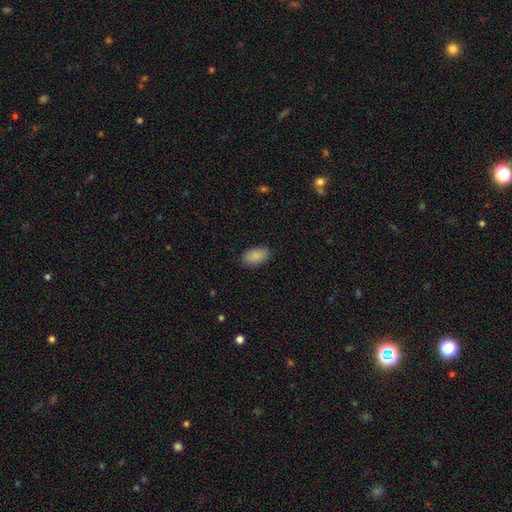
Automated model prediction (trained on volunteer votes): smooth-or-featured: smooth: 89% | star or artifact: 7% | featured or disk: 4%
  how-rounded: in between: 94% | round: 4% | cigar-shaped: 3%
  merging: none: 87% | minor disturbance: 10% | major disturbance: 2% | merger: 1%